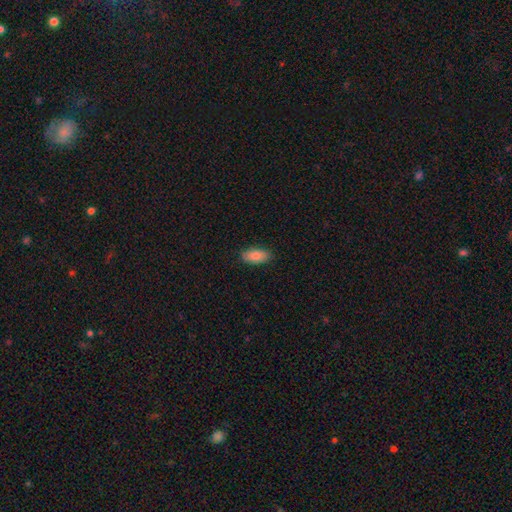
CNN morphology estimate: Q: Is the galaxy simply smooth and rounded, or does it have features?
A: smooth — 86%.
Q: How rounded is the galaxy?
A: in between — 91%.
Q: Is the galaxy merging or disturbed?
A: none — 87%.